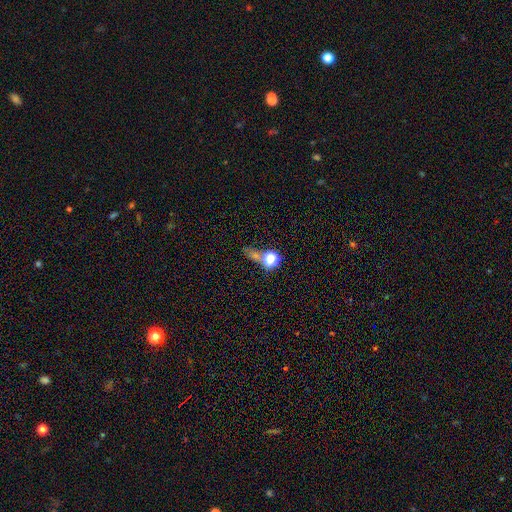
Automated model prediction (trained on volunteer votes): Smooth or featured? Predicted: smooth (p=0.46). Merging? Predicted: none (p=0.53).